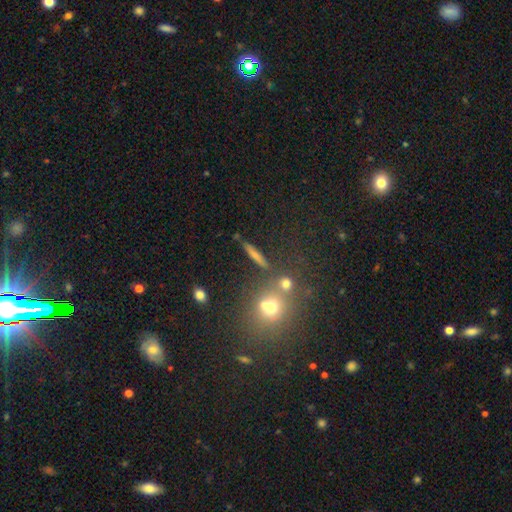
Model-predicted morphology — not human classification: This appears to be a smooth galaxy with no disk features (55%) that is cigar-shaped (77%). Merging: none (80%).